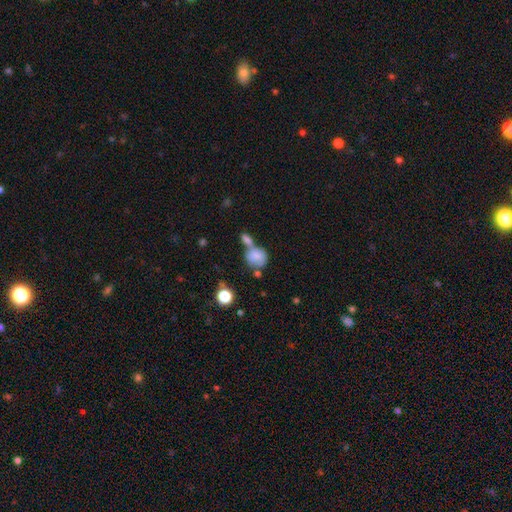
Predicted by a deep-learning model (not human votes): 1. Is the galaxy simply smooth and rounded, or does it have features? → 78% smooth, 14% featured or disk, 9% star or artifact.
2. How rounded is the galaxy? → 73% round, 26% in between, 2% cigar-shaped.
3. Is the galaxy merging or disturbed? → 49% merger, 32% none, 12% minor disturbance, 6% major disturbance.